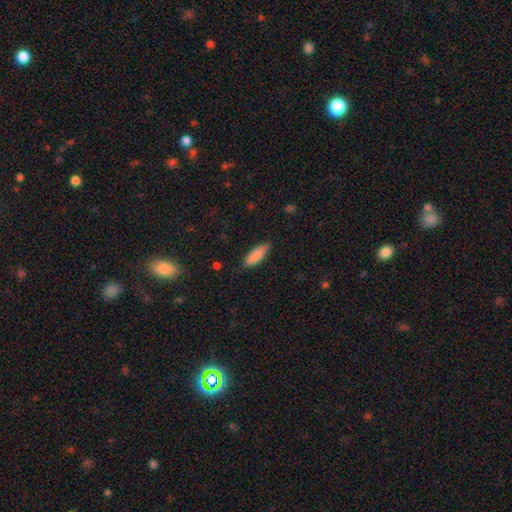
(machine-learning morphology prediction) This is clearly a smooth galaxy (85%). How rounded: possibly cigar-shaped (51%). Merging: clearly none (84%).